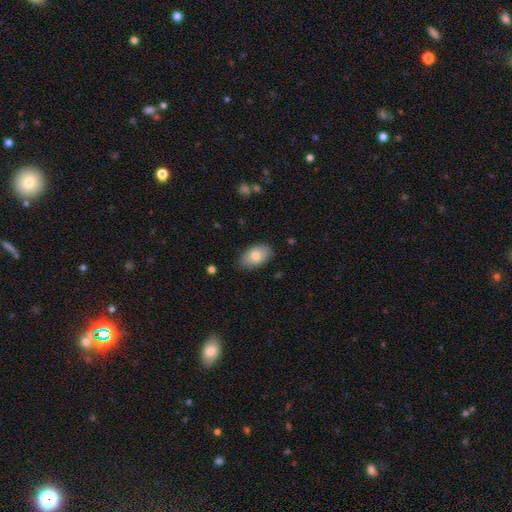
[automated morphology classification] The model was most divided on "smooth or featured": smooth: 78%, featured or disk: 16%, star or artifact: 6%. More confident: how rounded — in between (92%); merging — none (81%).